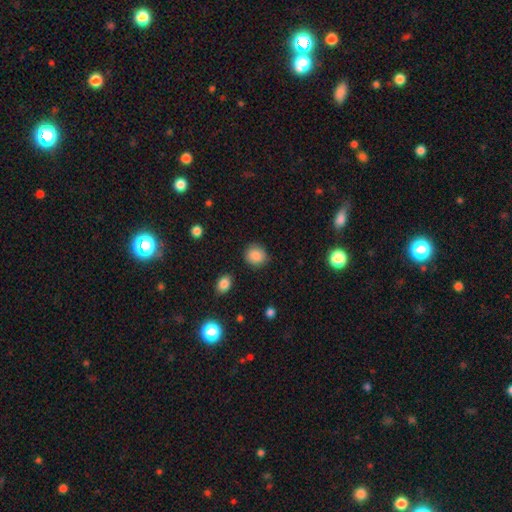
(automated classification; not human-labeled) This appears to be a smooth galaxy with no disk features (87%) that is round (83%). Merging: none (87%).